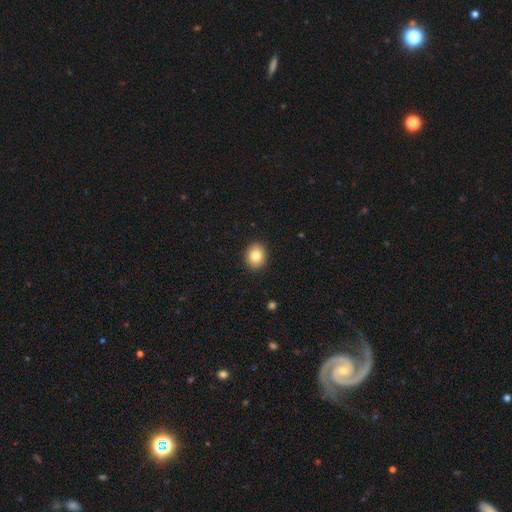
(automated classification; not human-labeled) Morphology: type=smooth (82%); roundness=round (64%); merging=none (91%).